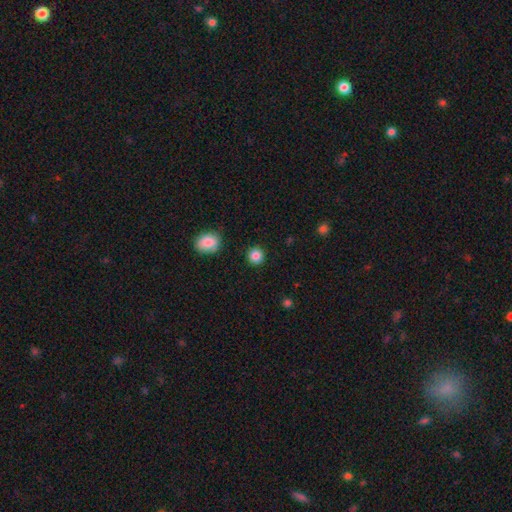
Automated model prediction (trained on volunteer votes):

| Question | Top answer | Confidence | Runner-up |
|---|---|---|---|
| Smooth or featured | smooth | 86% | star or artifact (10%) |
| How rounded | round | 92% | in between (7%) |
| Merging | none | 91% | minor disturbance (5%) |